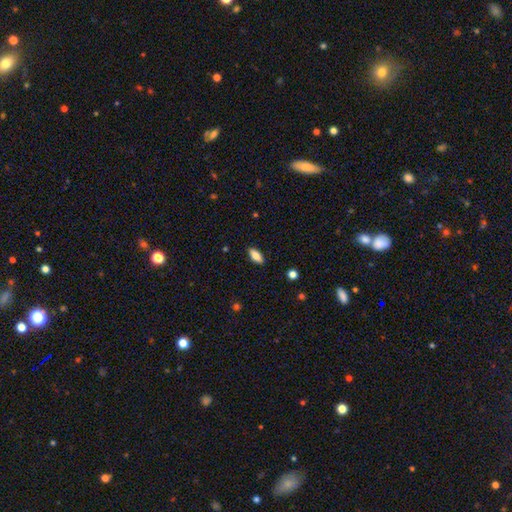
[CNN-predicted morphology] type=smooth (81%); roundness=in between (85%); merging=none (89%).